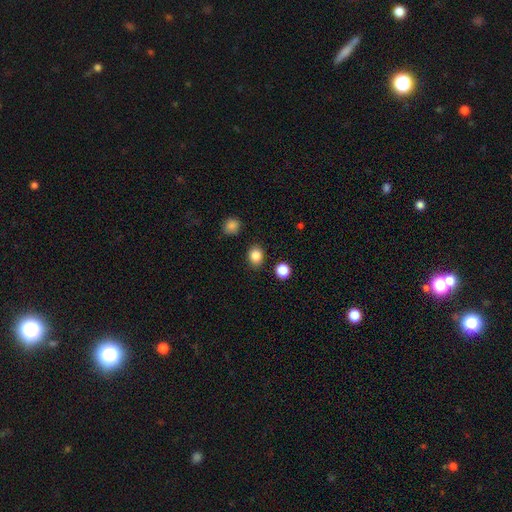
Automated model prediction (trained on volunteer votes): Smooth or featured? Predicted: smooth (p=0.85). How rounded? Predicted: round (p=0.56). Merging? Predicted: none (p=0.87).